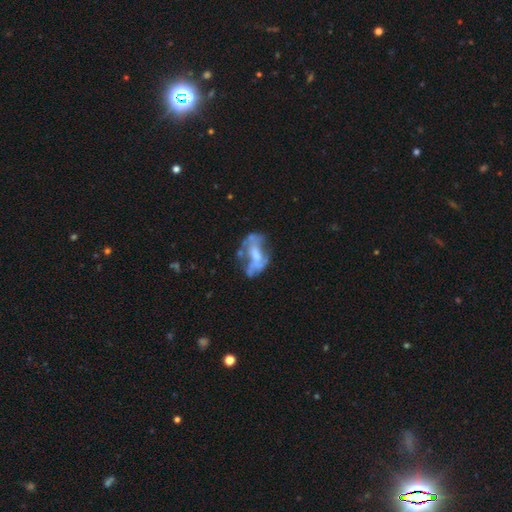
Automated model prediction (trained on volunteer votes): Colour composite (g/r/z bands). It shows a featured or disk galaxy (67%) with no bar (63%), no spiral arms (65%) and a moderate central bulge (44%). Merging: none (42%).